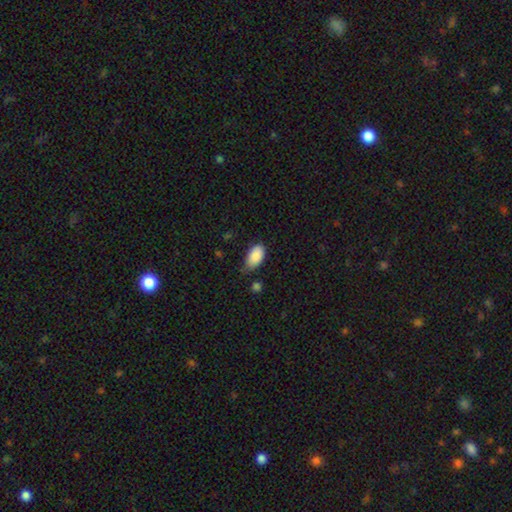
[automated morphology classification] The model was most divided on "merging": none: 63%, minor disturbance: 30%, major disturbance: 5%, merger: 3%. More confident: how rounded — in between (94%); smooth or featured — smooth (87%).